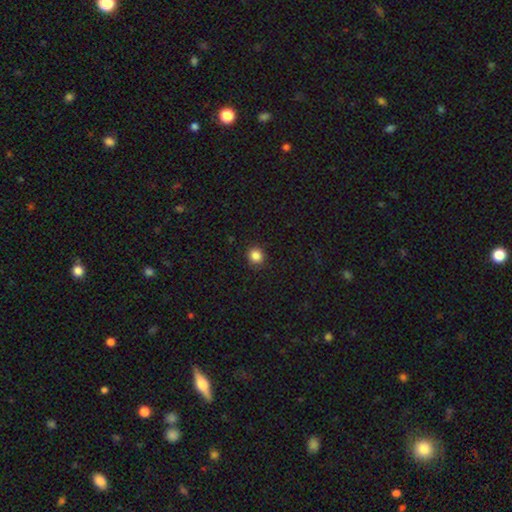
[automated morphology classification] Overall: smooth (85%). How rounded: round (90%). Merging: none (91%).